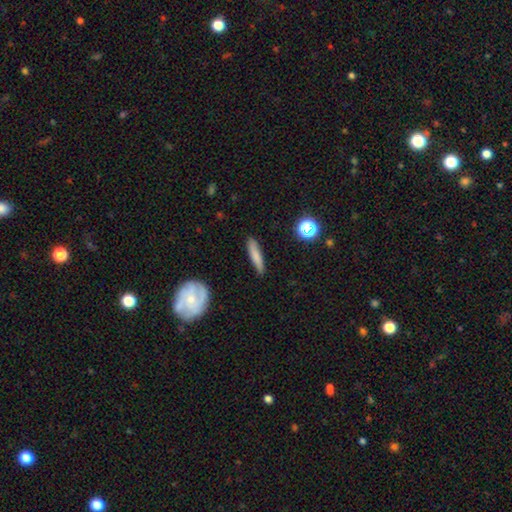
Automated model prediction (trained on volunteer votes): Overall: smooth (76%). How rounded: cigar-shaped (86%). Merging: none (86%).